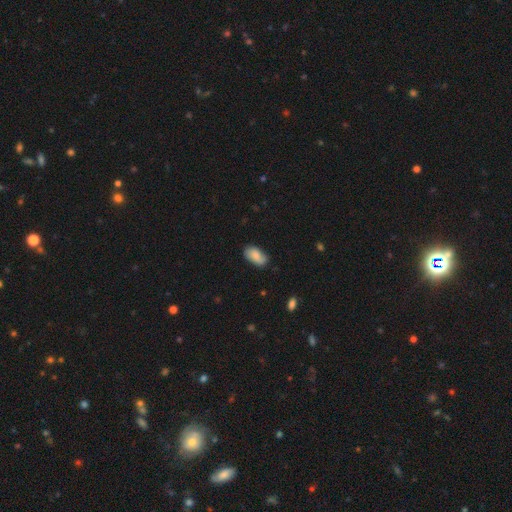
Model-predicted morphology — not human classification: smooth 83%, featured or disk 10%, star or artifact 7%. Down the decision tree: how rounded — in between (94%); merging — none (71%).